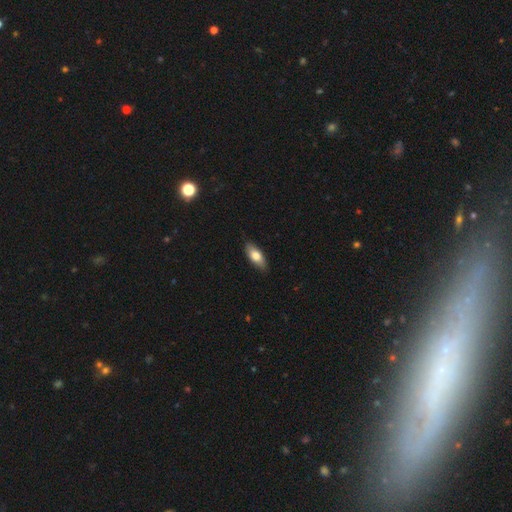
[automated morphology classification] Smooth or featured: smooth — 75% (featured or disk — 19%)
How rounded: in between — 82% (cigar-shaped — 16%)
Merging: none — 87% (minor disturbance — 11%)